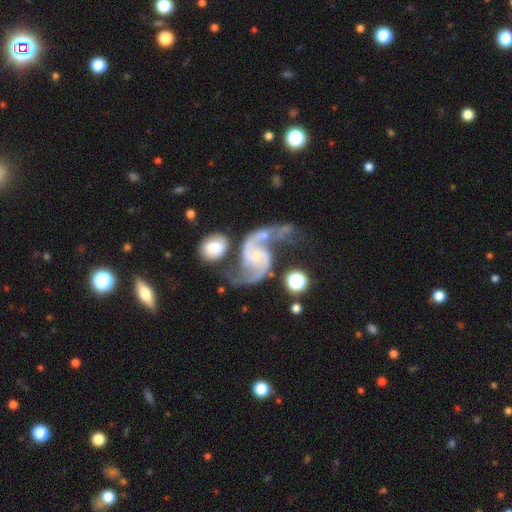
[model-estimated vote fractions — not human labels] This appears to be a featured or disk galaxy (93%) with no bar (56%), 2 (94%) loose (58%) spiral arms (98%) and a small central bulge (69%). Merging: none (45%).